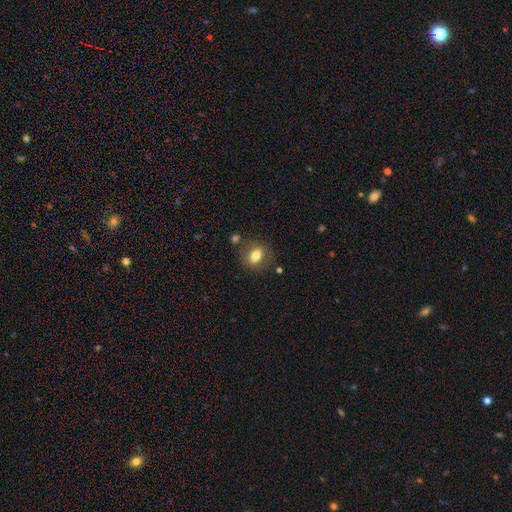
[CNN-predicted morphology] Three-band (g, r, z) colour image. It shows a smooth galaxy with no disk features (77%) that is in between round and cigar-shaped (56%). Merging: none (79%).